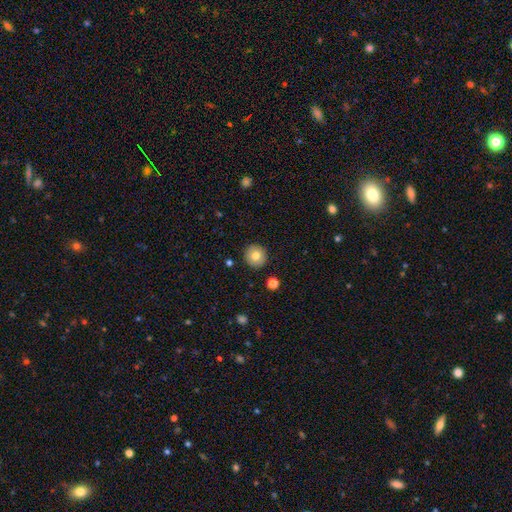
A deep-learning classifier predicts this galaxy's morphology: The model was most divided on "smooth or featured": smooth: 78%, featured or disk: 13%, star or artifact: 9%. More confident: how rounded — round (93%); merging — none (91%).